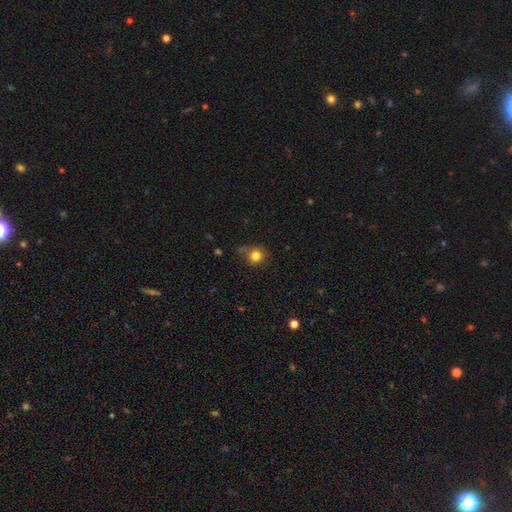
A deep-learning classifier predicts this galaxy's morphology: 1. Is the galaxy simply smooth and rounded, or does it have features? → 81% smooth, 13% star or artifact, 6% featured or disk.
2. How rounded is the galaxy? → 90% round, 9% in between, 1% cigar-shaped.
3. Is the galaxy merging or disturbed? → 71% none, 18% minor disturbance, 6% merger, 5% major disturbance.